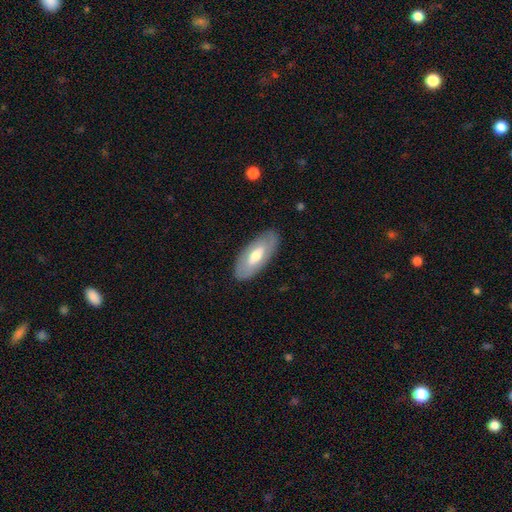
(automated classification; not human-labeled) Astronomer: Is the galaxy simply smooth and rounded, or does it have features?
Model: smooth — 48% (runner-up: featured or disk, 47%).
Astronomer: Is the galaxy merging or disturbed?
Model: none — 85%.